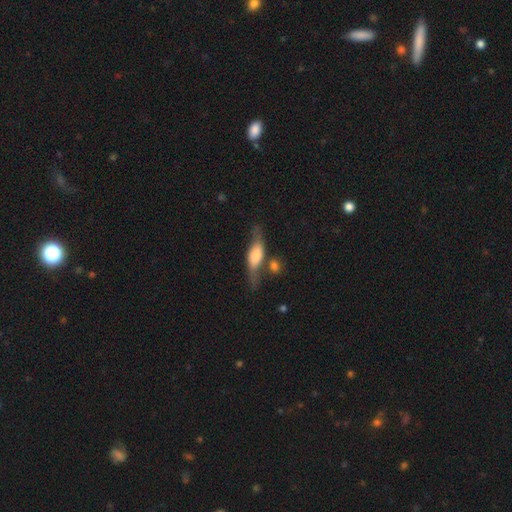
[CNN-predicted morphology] Q: Smooth or featured?
A: smooth (47%); tied with: featured or disk (47%)
Q: Merging?
A: none (50%); runner-up: minor disturbance (23%)